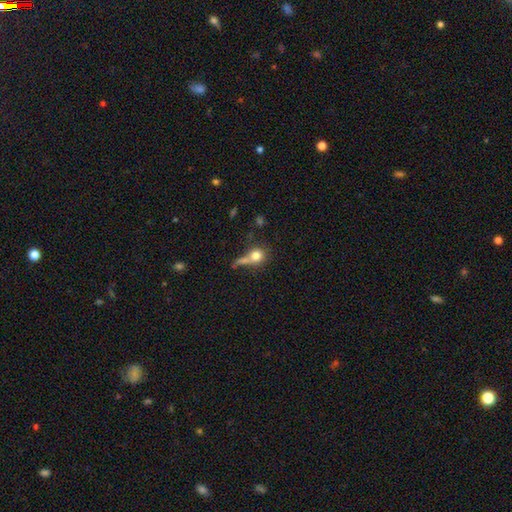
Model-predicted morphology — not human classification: Smooth or featured? Predicted: smooth (p=0.75). How rounded? Predicted: round (p=0.76). Merging? Predicted: none (p=0.37).